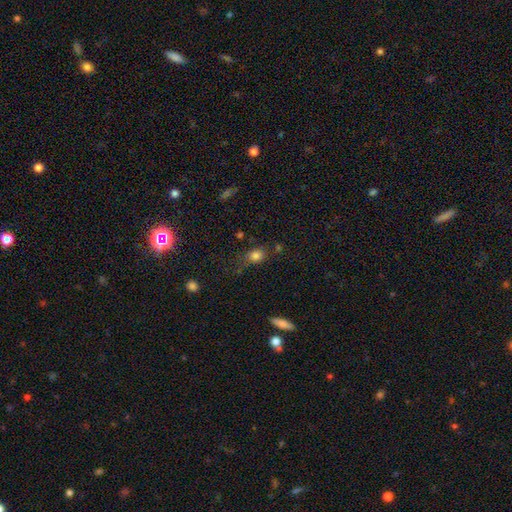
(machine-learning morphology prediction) Q: Smooth or featured?
A: smooth (80%); runner-up: star or artifact (12%)
Q: How rounded?
A: in between (57%); runner-up: round (41%)
Q: Merging?
A: none (66%); runner-up: minor disturbance (21%)